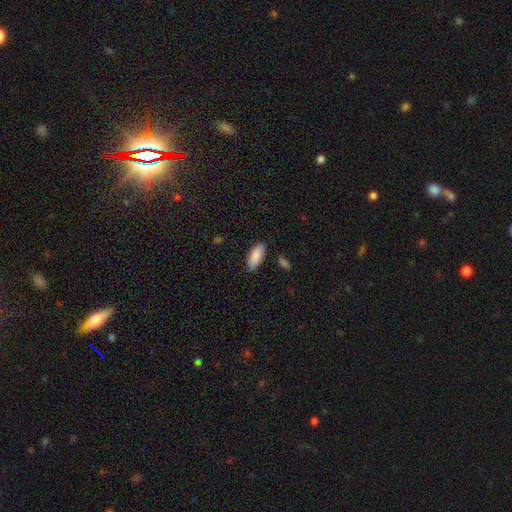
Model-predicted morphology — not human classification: A smooth galaxy with no disk features (89%) that is in between round and cigar-shaped (83%).

Vote fractions:
- Smooth or featured? smooth: 89% / star or artifact: 6% / featured or disk: 5%
- How rounded? in between: 83% / cigar-shaped: 15% / round: 2%
- Merging? none: 85% / minor disturbance: 11% / merger: 2% / major disturbance: 2%